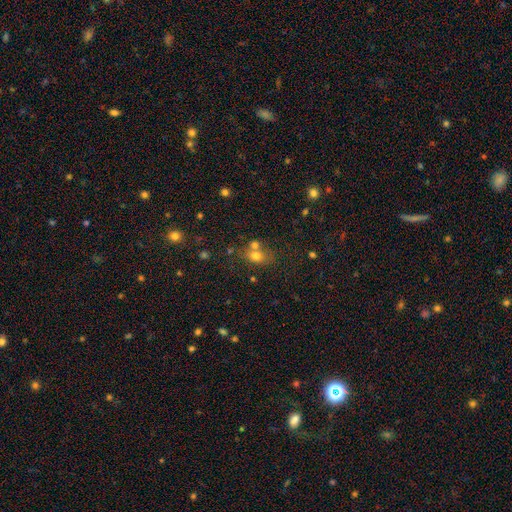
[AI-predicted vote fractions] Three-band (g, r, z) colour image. It shows a smooth galaxy with no disk features (73%) that is in between round and cigar-shaped (57%). Merging: none (47%).